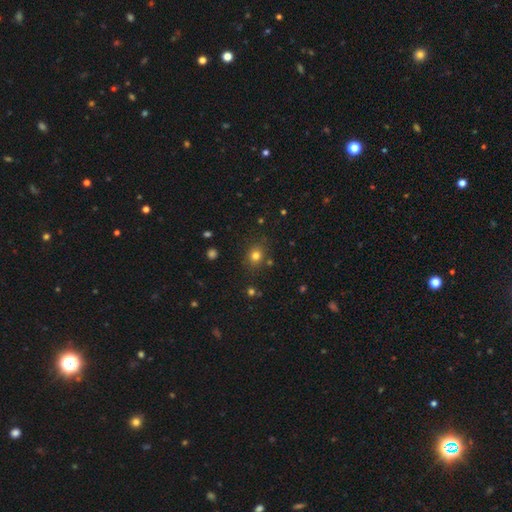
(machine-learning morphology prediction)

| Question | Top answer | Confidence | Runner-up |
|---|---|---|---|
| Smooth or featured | smooth | 76% | star or artifact (17%) |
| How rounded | round | 75% | in between (24%) |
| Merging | none | 83% | minor disturbance (10%) |